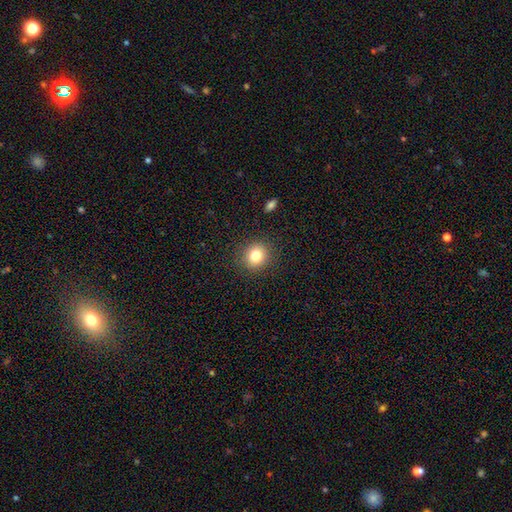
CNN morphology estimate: The model was most divided on "smooth or featured": smooth: 80%, star or artifact: 12%, featured or disk: 8%. More confident: merging — none (90%); how rounded — round (88%).